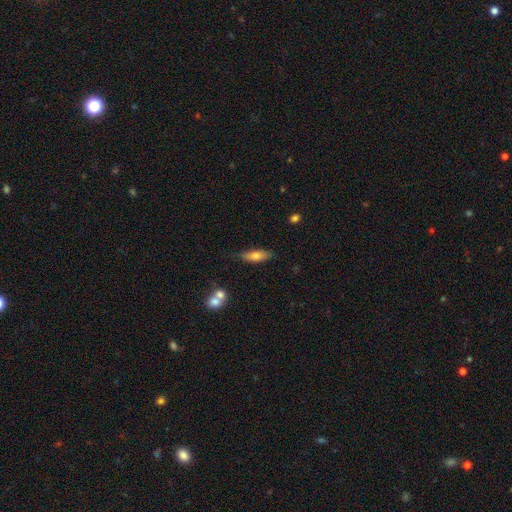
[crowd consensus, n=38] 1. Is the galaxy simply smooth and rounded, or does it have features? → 66% smooth, 34% featured or disk, 0% star or artifact.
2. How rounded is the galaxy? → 56% in between, 40% cigar-shaped, 4% round.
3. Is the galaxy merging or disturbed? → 79% none, 16% minor disturbance, 3% major disturbance, 3% merger.